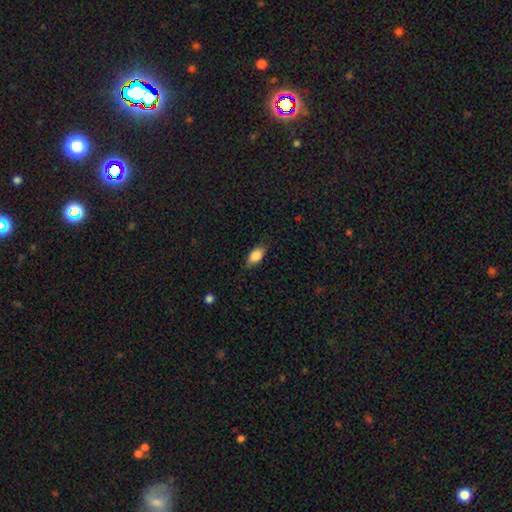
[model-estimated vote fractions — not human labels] Smooth or featured: smooth — 85% (featured or disk — 8%)
How rounded: in between — 89% (cigar-shaped — 6%)
Merging: none — 82% (minor disturbance — 14%)